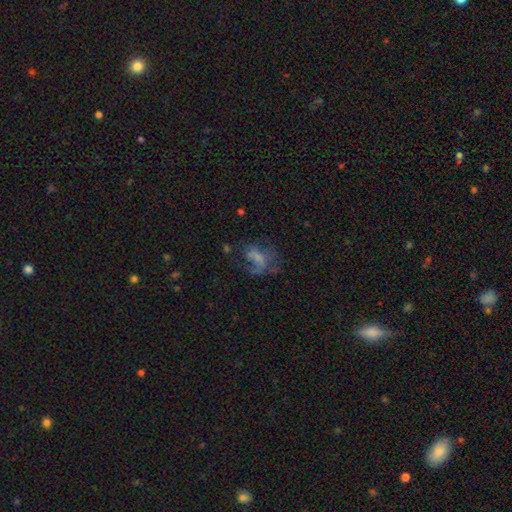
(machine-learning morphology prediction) Smooth or featured: featured or disk — 50% (smooth — 31%)
Edge-on disk: no — 97% (yes — 3%)
Merging: major disturbance — 44% (none — 34%)